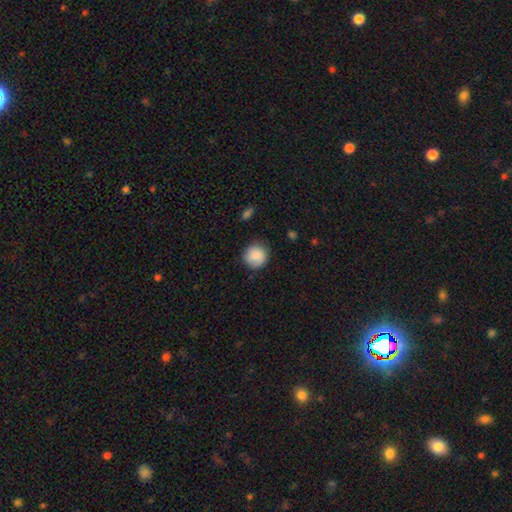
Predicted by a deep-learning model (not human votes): Smooth or featured: smooth — 88% (star or artifact — 7%)
How rounded: round — 93% (in between — 6%)
Merging: none — 83% (minor disturbance — 13%)